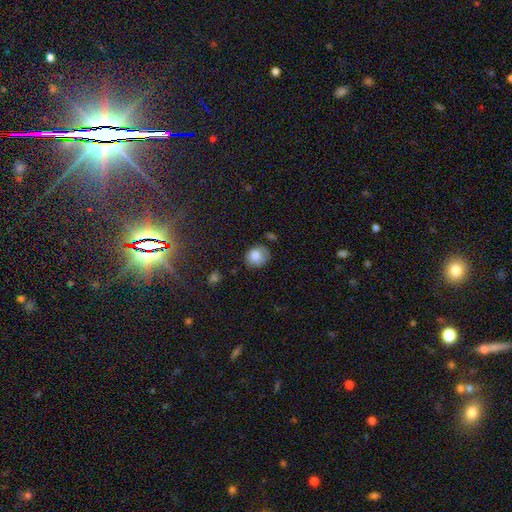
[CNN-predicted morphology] Overall: smooth (81%). How rounded: round (69%; in between 30%). Merging: none (68%).